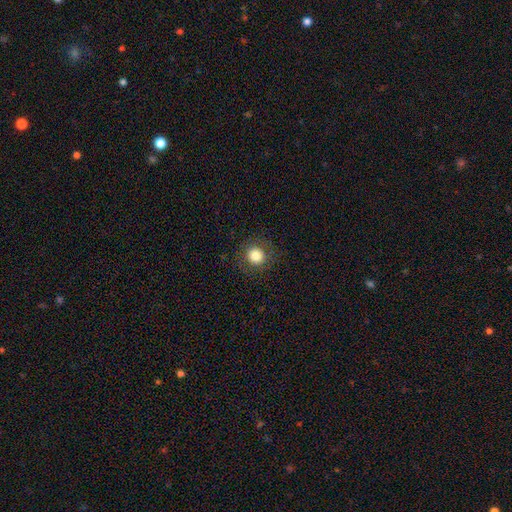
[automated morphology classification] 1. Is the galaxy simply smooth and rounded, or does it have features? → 82% smooth, 11% star or artifact, 8% featured or disk.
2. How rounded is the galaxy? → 93% round, 6% in between, 1% cigar-shaped.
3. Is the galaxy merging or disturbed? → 88% none, 7% minor disturbance, 4% major disturbance, 1% merger.